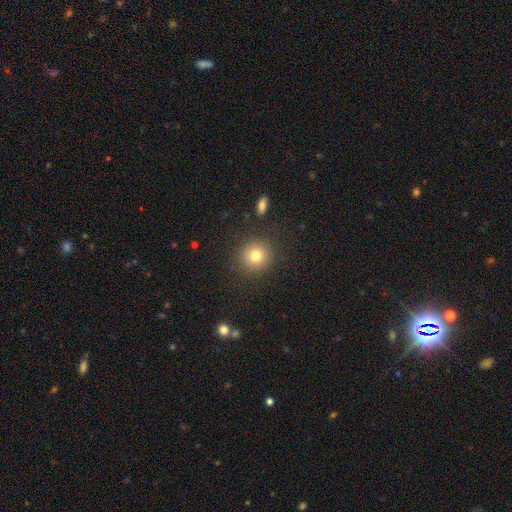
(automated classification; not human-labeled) smooth 79%, star or artifact 12%, featured or disk 9%. Down the decision tree: how rounded — round (91%); merging — none (88%).